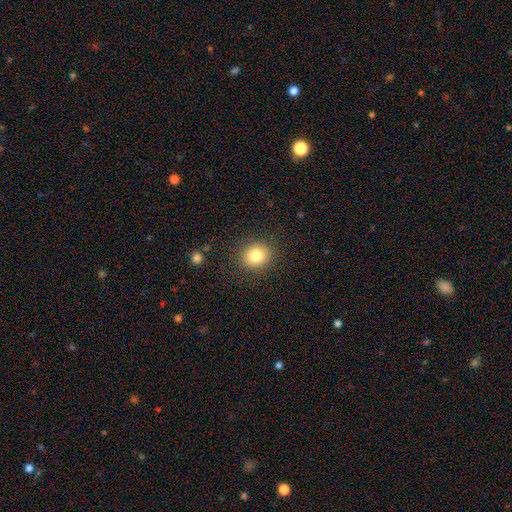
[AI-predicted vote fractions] Smooth or featured? Predicted: smooth (p=0.81). How rounded? Predicted: round (p=0.77). Merging? Predicted: none (p=0.88).